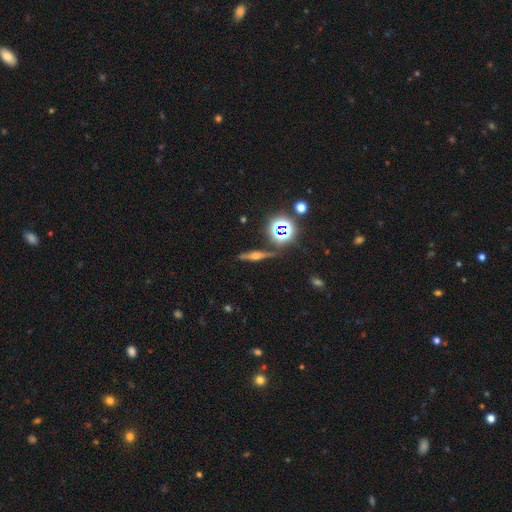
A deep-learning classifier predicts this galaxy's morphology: smooth_or_featured: featured or disk (p=0.59) [alt: smooth p=0.21]
disk_edge_on: yes (p=0.93) [alt: no p=0.07]
edge_on_bulge: rounded (p=0.91) [alt: boxy p=0.06]
merging: none (p=0.84) [alt: minor disturbance p=0.10]